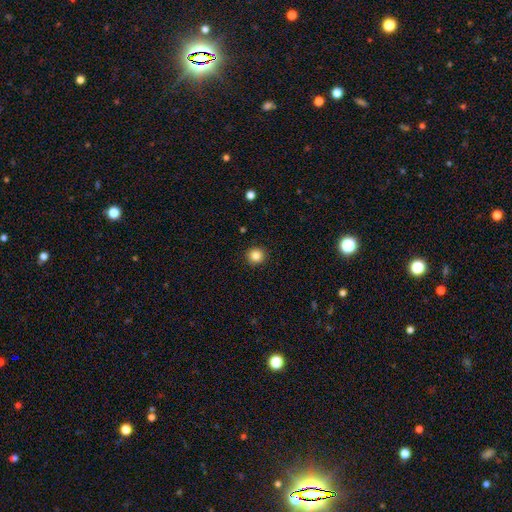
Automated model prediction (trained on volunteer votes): The model was most divided on "smooth or featured": smooth: 85%, star or artifact: 11%, featured or disk: 4%. More confident: how rounded — round (94%); merging — none (92%).